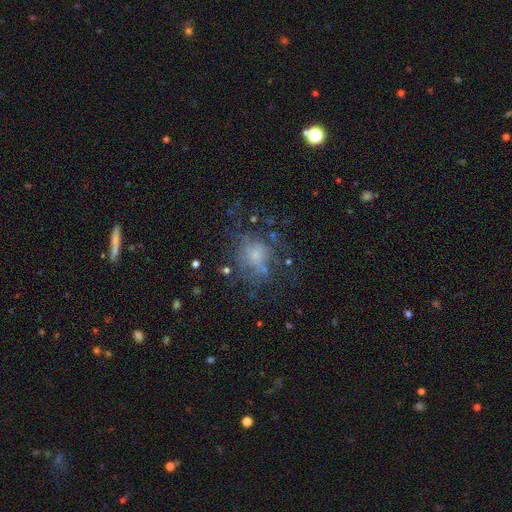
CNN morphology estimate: A smooth galaxy with no disk features (42%).

Vote fractions:
- Smooth or featured? smooth: 42% / featured or disk: 40% / star or artifact: 18%
- Merging? none: 52% / major disturbance: 23% / minor disturbance: 20% / merger: 4%